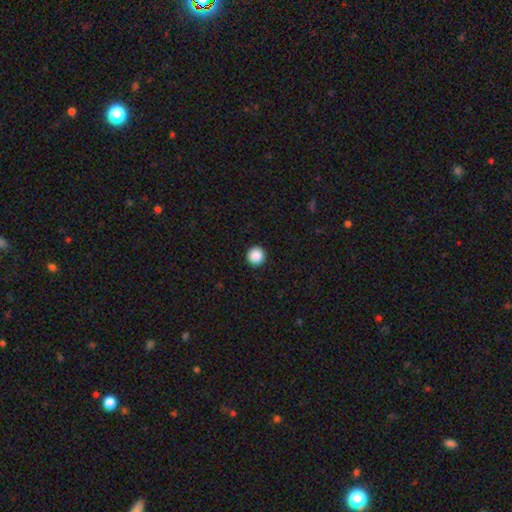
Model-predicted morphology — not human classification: Smooth or featured: smooth — 89% (star or artifact — 9%)
How rounded: round — 96% (in between — 3%)
Merging: none — 94% (minor disturbance — 4%)